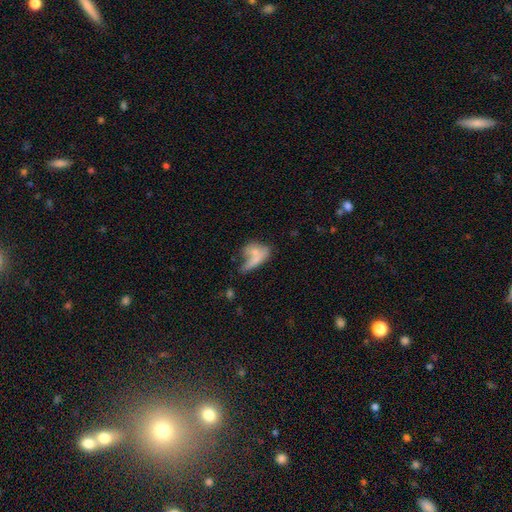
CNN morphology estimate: This appears to be a smooth galaxy with no disk features (64%) that is in between round and cigar-shaped (68%). Merging: merger (41%).